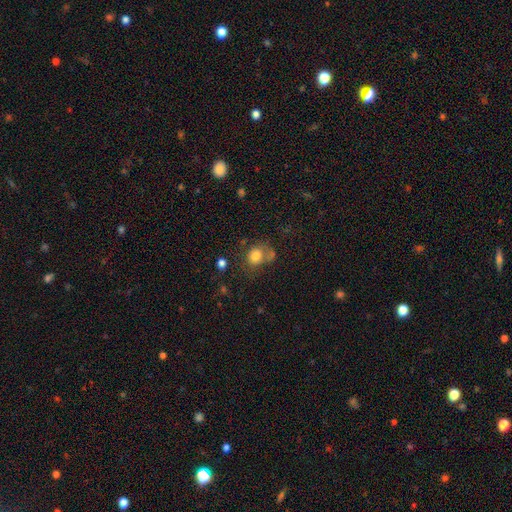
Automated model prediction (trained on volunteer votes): Smooth or featured?
  - smooth: 77% *
  - featured or disk: 12%
  - star or artifact: 10%
How rounded?
  - round: 61% *
  - in between: 38%
  - cigar-shaped: 1%
Merging?
  - none: 45% *
  - merger: 21%
  - minor disturbance: 20%
  - major disturbance: 14%